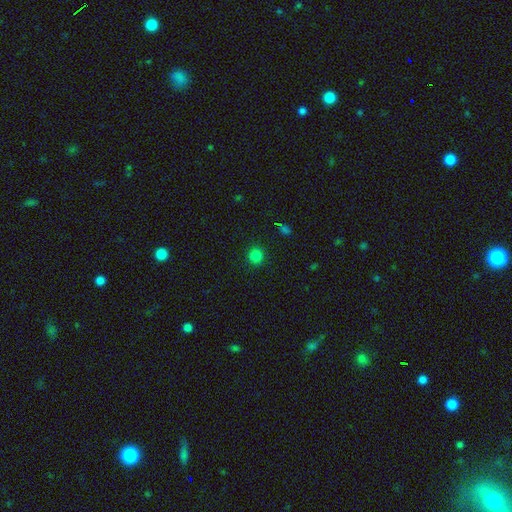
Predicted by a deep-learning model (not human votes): This appears to be a smooth galaxy with no disk features (83%) that is round (93%). Merging: none (91%).